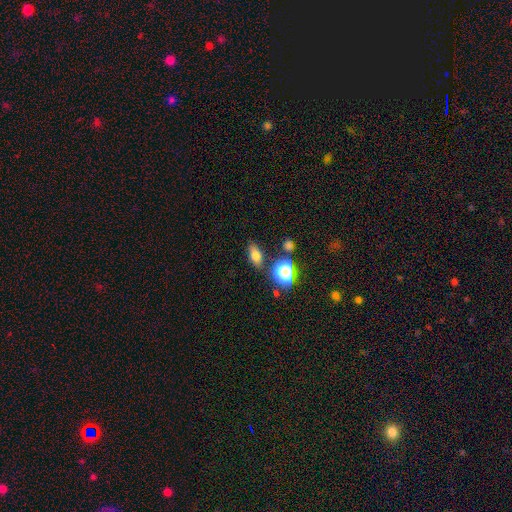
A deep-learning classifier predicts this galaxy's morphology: type=smooth (71%); roundness=in between (75%); merging=none (78%).